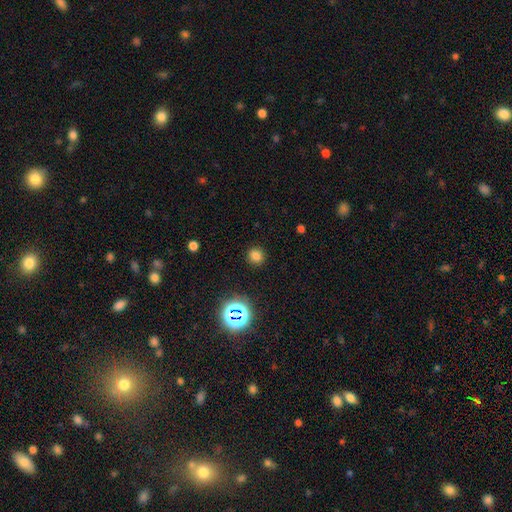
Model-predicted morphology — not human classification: A smooth galaxy with no disk features (75%) that is round (90%).

Vote fractions:
- Smooth or featured? smooth: 75% / star or artifact: 20% / featured or disk: 6%
- How rounded? round: 90% / in between: 9% / cigar-shaped: 1%
- Merging? none: 90% / minor disturbance: 6% / major disturbance: 3% / merger: 1%